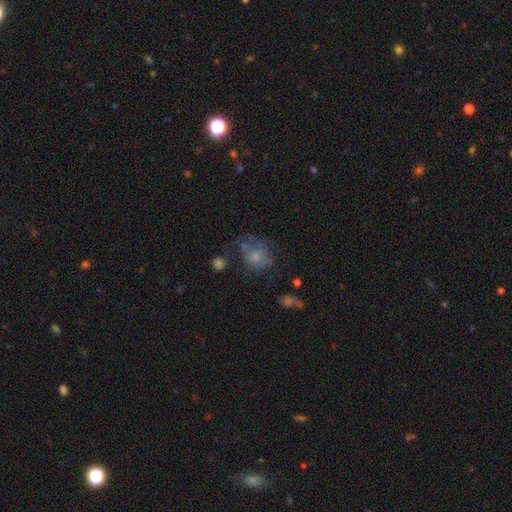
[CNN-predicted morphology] smooth-or-featured: smooth: 60% | featured or disk: 26% | star or artifact: 14%
  how-rounded: round: 61% | in between: 38% | cigar-shaped: 1%
  merging: none: 44% | major disturbance: 25% | minor disturbance: 24% | merger: 7%